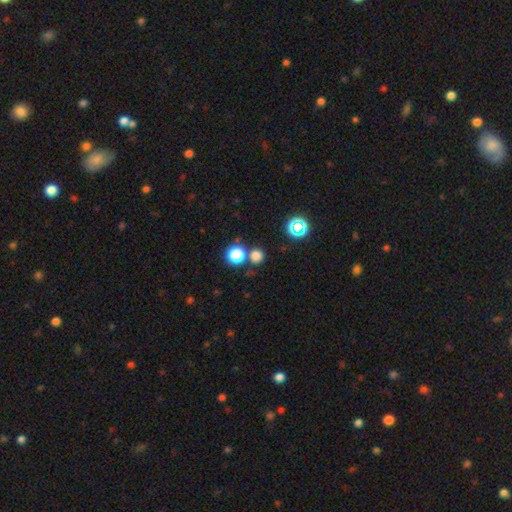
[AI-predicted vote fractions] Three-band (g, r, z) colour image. It shows a smooth galaxy with no disk features (73%) that is round (93%). Merging: none (74%).